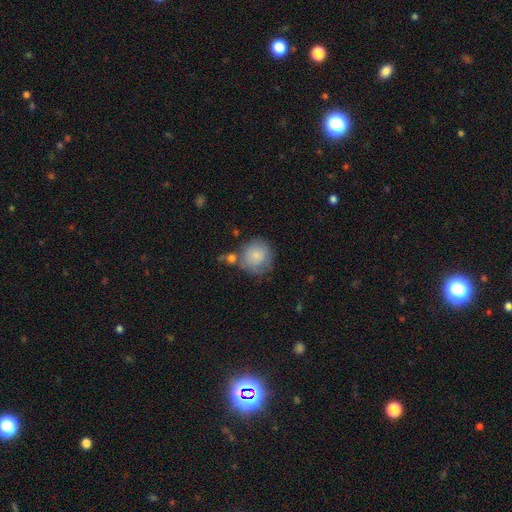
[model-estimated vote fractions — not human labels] Overall: smooth (80%). How rounded: round (89%). Merging: none (56%; minor disturbance 20%).